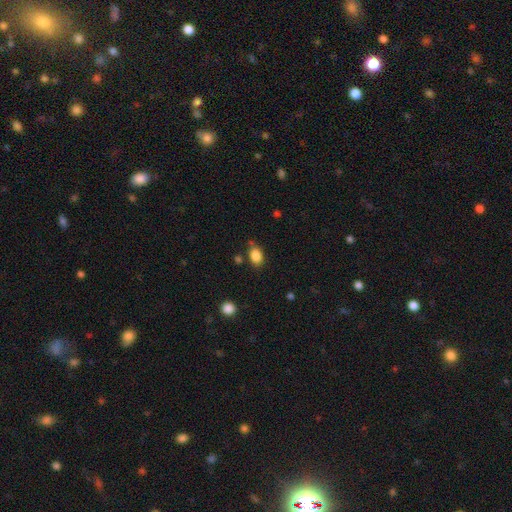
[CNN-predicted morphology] The model was most divided on "how rounded": in between: 76%, round: 23%, cigar-shaped: 1%. More confident: smooth or featured — smooth (85%); merging — none (73%).